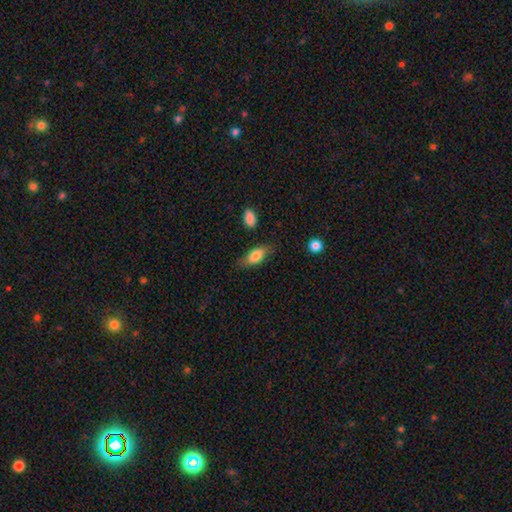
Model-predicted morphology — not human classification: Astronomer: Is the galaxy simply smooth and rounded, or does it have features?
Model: smooth — 77%.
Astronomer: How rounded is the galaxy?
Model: in between — 80%.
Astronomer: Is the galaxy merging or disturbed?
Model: none — 73%.